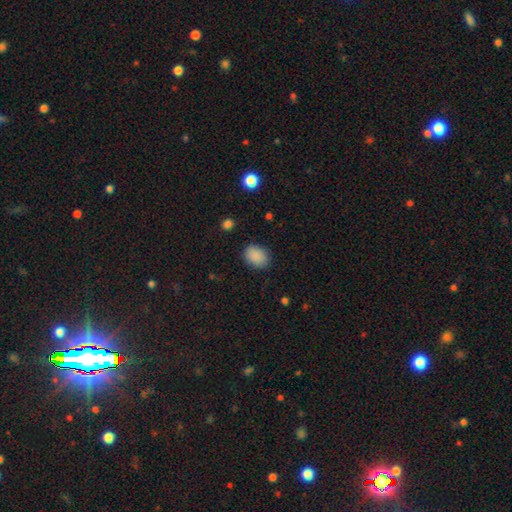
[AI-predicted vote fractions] This appears to be a smooth galaxy with no disk features (88%) that is in between round and cigar-shaped (67%). Merging: none (84%).